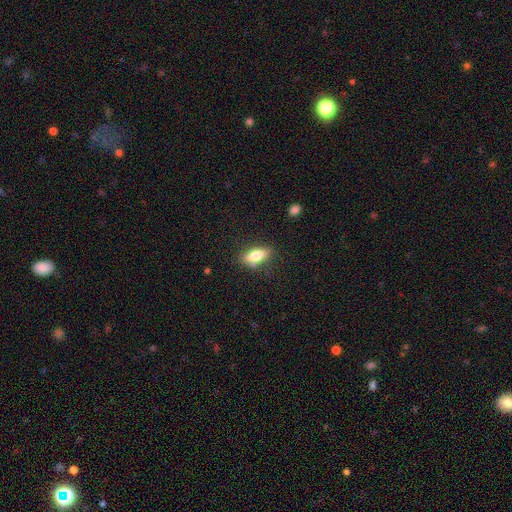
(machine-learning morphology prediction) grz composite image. It shows a smooth galaxy with no disk features (72%) that is in between round and cigar-shaped (75%). Merging: none (79%).